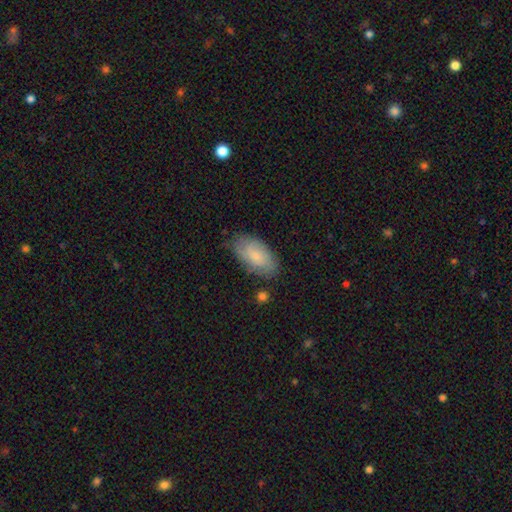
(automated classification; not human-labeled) Q: Smooth or featured?
A: smooth (59%); runner-up: featured or disk (34%)
Q: How rounded?
A: in between (93%); runner-up: cigar-shaped (3%)
Q: Merging?
A: none (74%); runner-up: minor disturbance (20%)